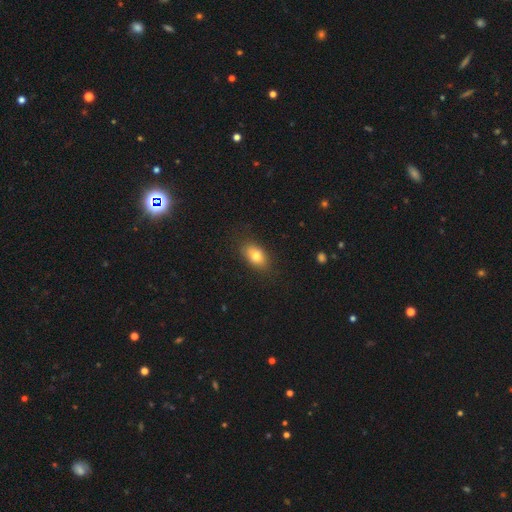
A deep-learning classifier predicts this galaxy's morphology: Smooth or featured: smooth — 78% (featured or disk — 13%)
How rounded: in between — 86% (round — 11%)
Merging: none — 82% (minor disturbance — 14%)